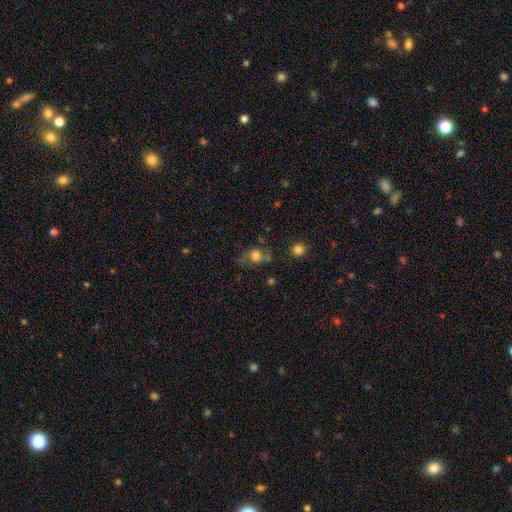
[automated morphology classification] Smooth or featured?
  - smooth: 63% *
  - featured or disk: 25%
  - star or artifact: 12%
How rounded?
  - round: 52% *
  - in between: 46%
  - cigar-shaped: 2%
Merging?
  - none: 52% *
  - minor disturbance: 24%
  - major disturbance: 17%
  - merger: 7%